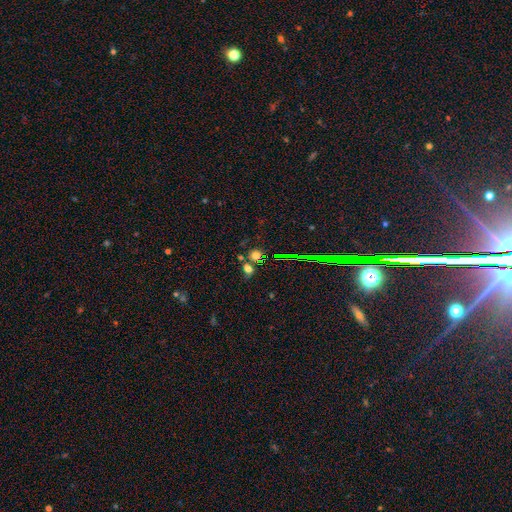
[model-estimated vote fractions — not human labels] The model was most divided on "smooth or featured": smooth: 62%, star or artifact: 28%, featured or disk: 10%. More confident: how rounded — round (68%); merging — none (63%).